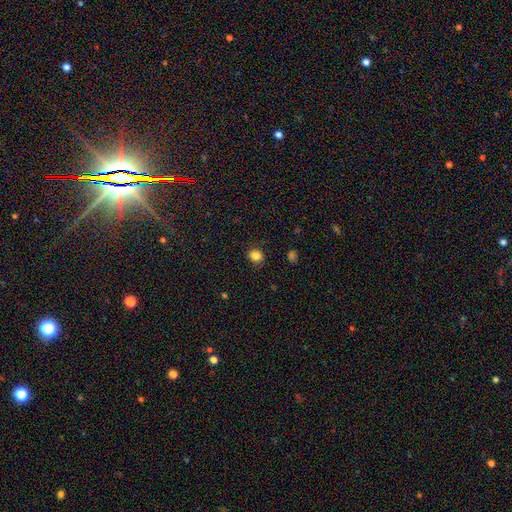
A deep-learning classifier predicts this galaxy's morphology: The model was most divided on "how rounded": round: 73%, in between: 26%, cigar-shaped: 1%. More confident: merging — none (88%); smooth or featured — smooth (84%).